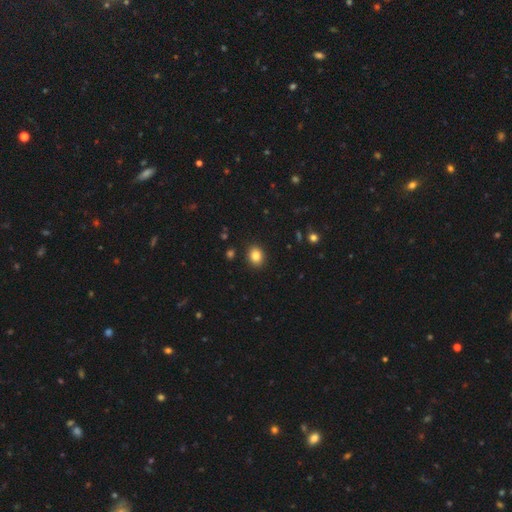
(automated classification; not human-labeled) smooth-or-featured: smooth: 85% | star or artifact: 10% | featured or disk: 5%
  how-rounded: round: 52% | in between: 47% | cigar-shaped: 1%
  merging: none: 90% | minor disturbance: 7% | major disturbance: 2% | merger: 1%